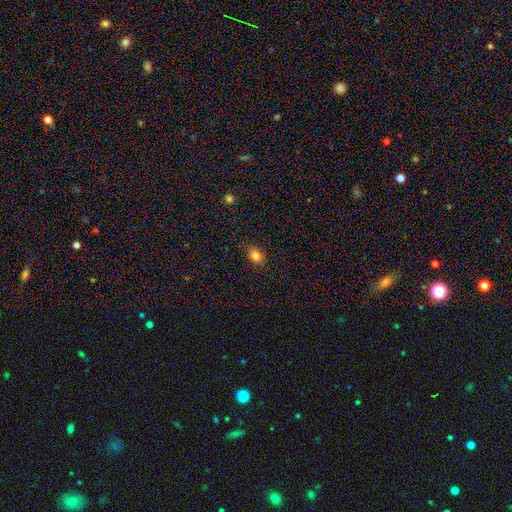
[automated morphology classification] Smooth or featured? smooth (82%)
How rounded? in between (58%)
Merging? none (79%)